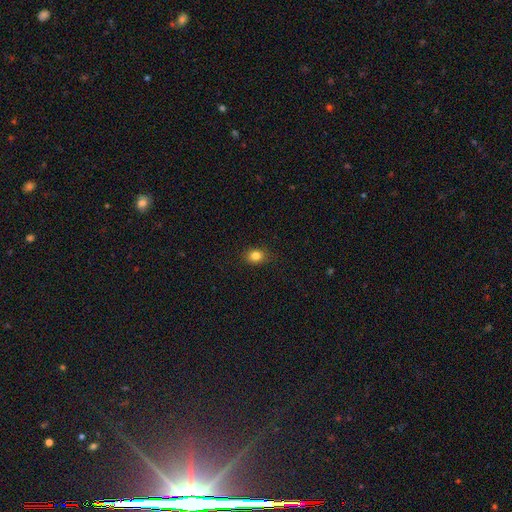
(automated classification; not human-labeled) Smooth or featured: smooth — 82% (star or artifact — 12%)
How rounded: round — 57% (in between — 41%)
Merging: none — 86% (minor disturbance — 10%)